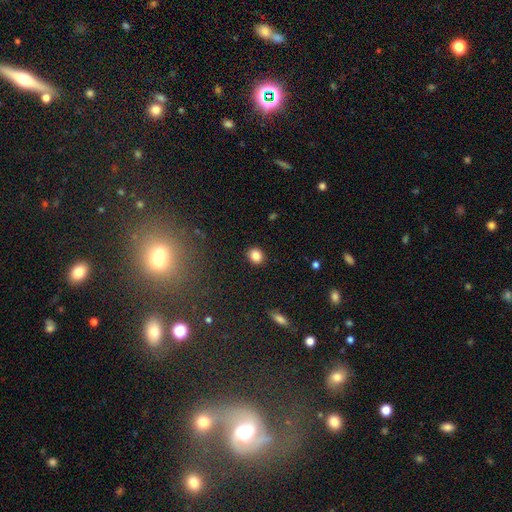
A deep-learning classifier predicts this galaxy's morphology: Overall: smooth (85%). How rounded: round (62%; in between 36%). Merging: none (89%).